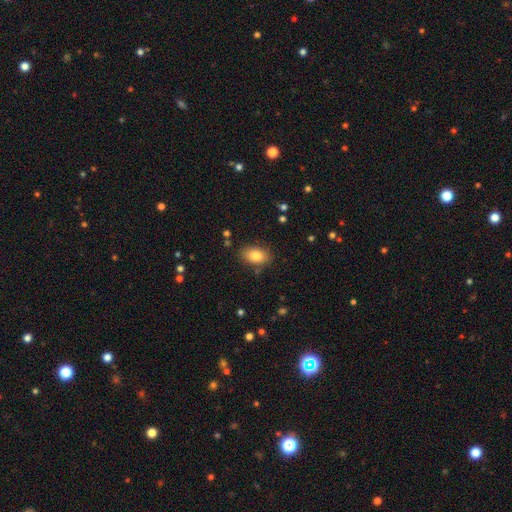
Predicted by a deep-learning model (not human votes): A smooth galaxy with no disk features (82%) that is in between round and cigar-shaped (88%). Merging: none (84%).